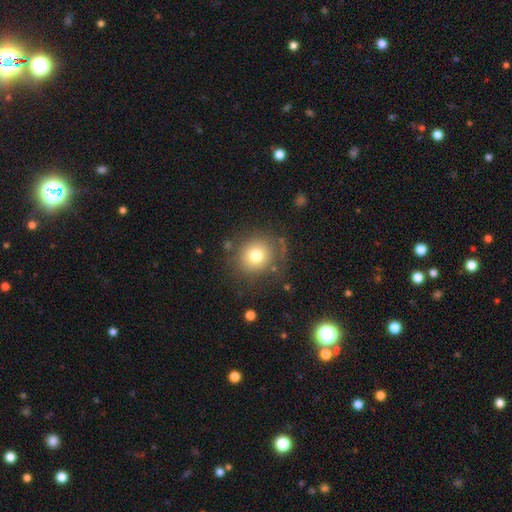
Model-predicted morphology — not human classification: Smooth or featured?
  - smooth: 75% *
  - featured or disk: 13%
  - star or artifact: 12%
How rounded?
  - round: 86% *
  - in between: 13%
  - cigar-shaped: 1%
Merging?
  - none: 78% *
  - minor disturbance: 13%
  - major disturbance: 7%
  - merger: 3%